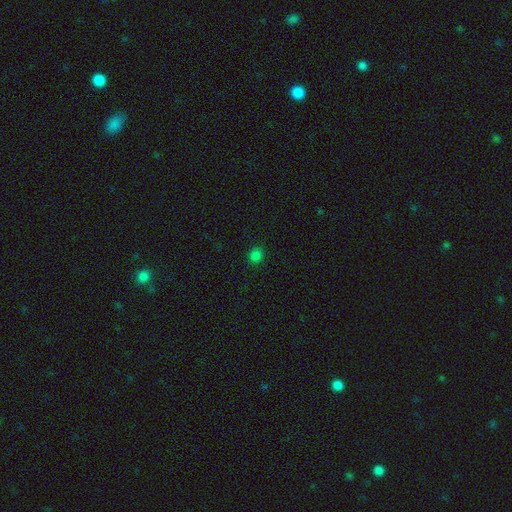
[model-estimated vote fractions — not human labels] smooth-or-featured: smooth: 81% | star or artifact: 16% | featured or disk: 3%
  how-rounded: round: 78% | in between: 21% | cigar-shaped: 1%
  merging: none: 90% | minor disturbance: 6% | major disturbance: 2% | merger: 1%